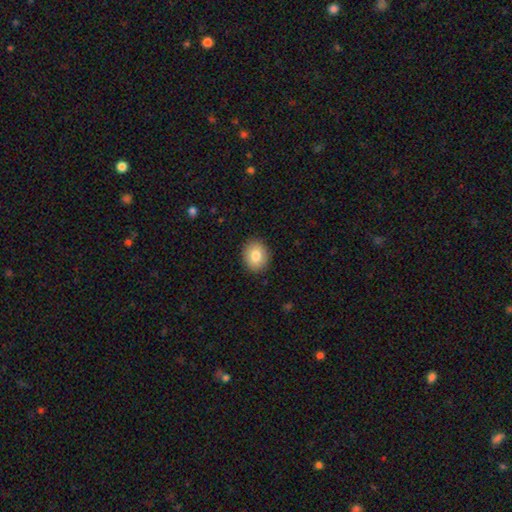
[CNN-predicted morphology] Smooth or featured: smooth — 82% (featured or disk — 10%)
How rounded: round — 64% (in between — 35%)
Merging: none — 90% (minor disturbance — 7%)